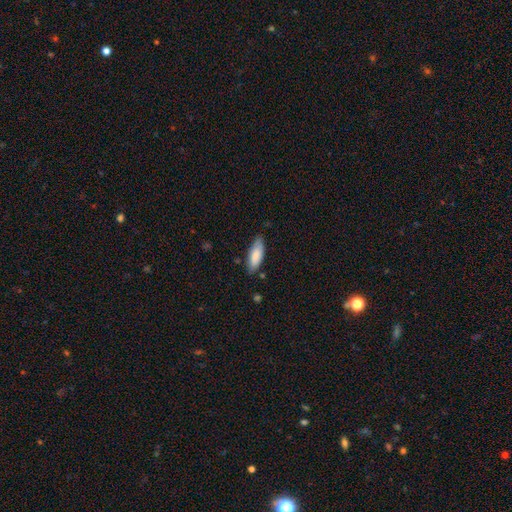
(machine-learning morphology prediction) smooth 83%, featured or disk 11%, star or artifact 6%. Down the decision tree: how rounded — in between (71%); merging — none (74%).